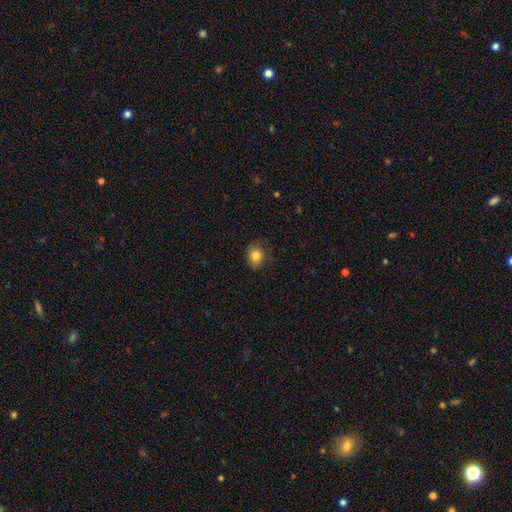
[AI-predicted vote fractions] smooth_or_featured: smooth (p=0.83) [alt: star or artifact p=0.10]
how_rounded: round (p=0.51) [alt: in between p=0.48]
merging: none (p=0.73) [alt: minor disturbance p=0.21]